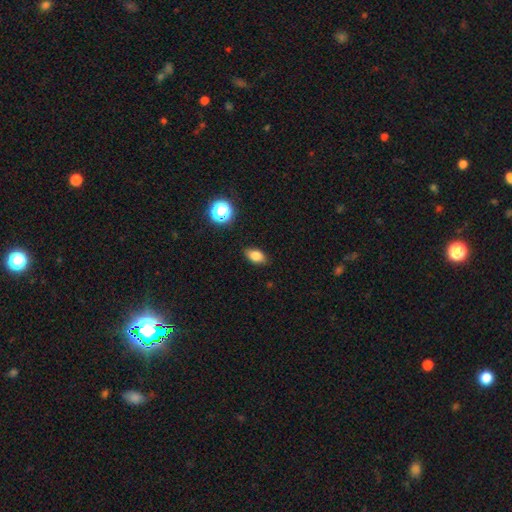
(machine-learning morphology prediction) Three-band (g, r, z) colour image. It shows a smooth galaxy with no disk features (82%) that is in between round and cigar-shaped (85%). Merging: none (84%).